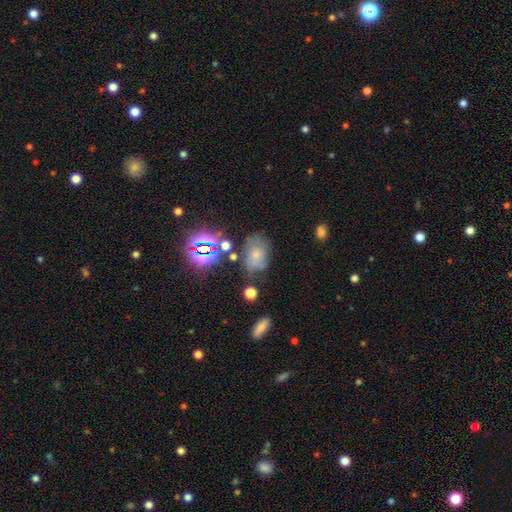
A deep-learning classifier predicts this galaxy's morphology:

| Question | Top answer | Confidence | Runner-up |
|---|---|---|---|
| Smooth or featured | smooth | 47% | featured or disk (29%) |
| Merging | none | 55% | minor disturbance (26%) |